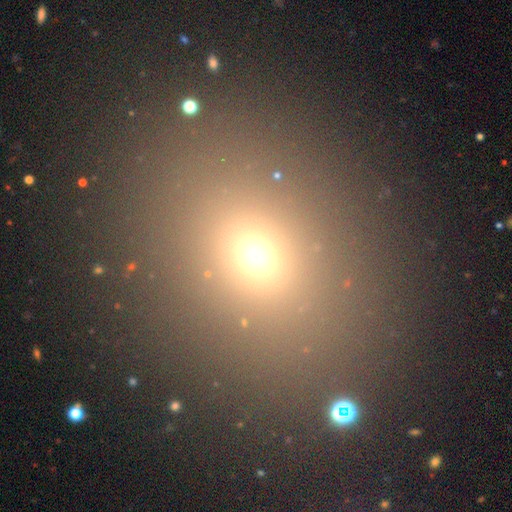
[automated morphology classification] A smooth galaxy with no disk features (66%) that is round (53%). Merging: none (84%).